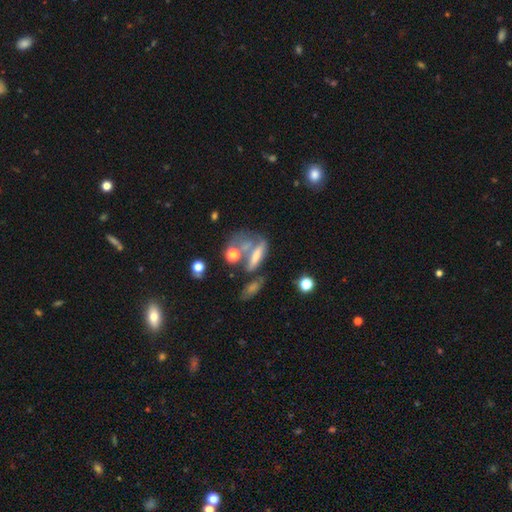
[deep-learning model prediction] Q: Smooth or featured?
A: smooth (44%); runner-up: featured or disk (40%)
Q: Merging?
A: merger (33%); runner-up: none (30%)